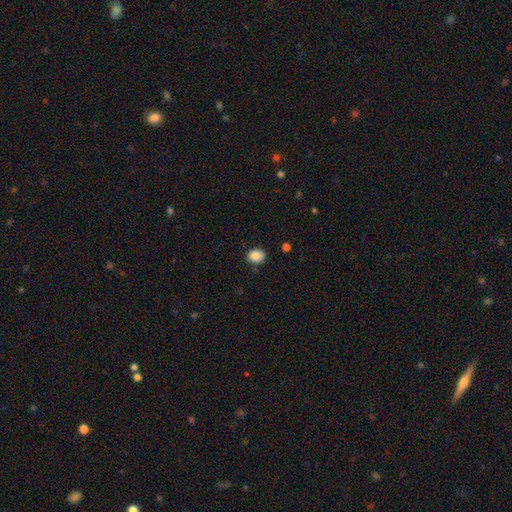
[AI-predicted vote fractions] Smooth or featured: smooth — 88% (star or artifact — 9%)
How rounded: round — 59% (in between — 40%)
Merging: none — 84% (minor disturbance — 11%)